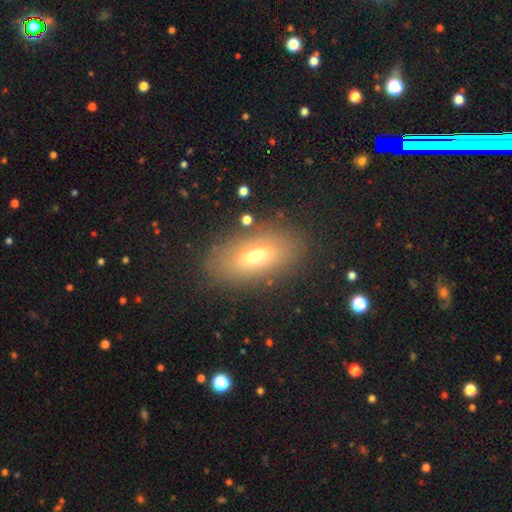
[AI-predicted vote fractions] This appears to be a smooth galaxy with no disk features (62%) that is in between round and cigar-shaped (85%). Merging: none (83%).